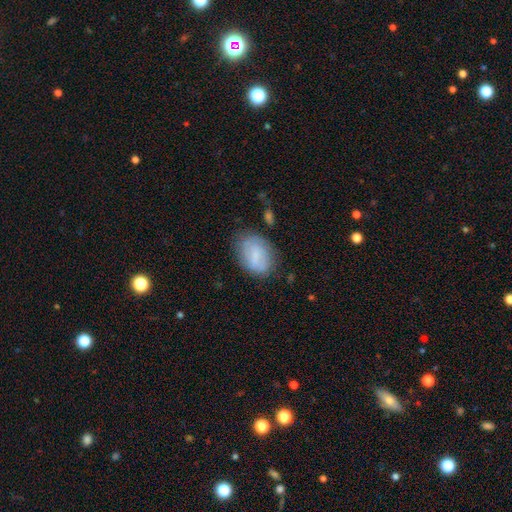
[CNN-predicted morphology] type=smooth (62%); roundness=in between (82%); merging=none (67%).